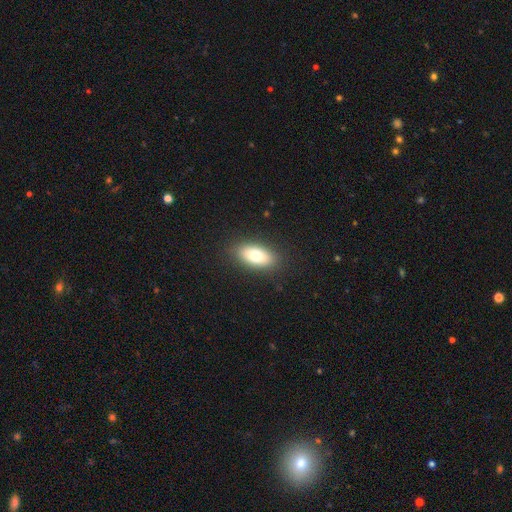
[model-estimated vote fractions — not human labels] A smooth galaxy with no disk features (76%) that is in between round and cigar-shaped (90%).

Vote fractions:
- Smooth or featured? smooth: 76% / featured or disk: 17% / star or artifact: 8%
- How rounded? in between: 90% / cigar-shaped: 5% / round: 5%
- Merging? none: 88% / minor disturbance: 9% / major disturbance: 3% / merger: 1%